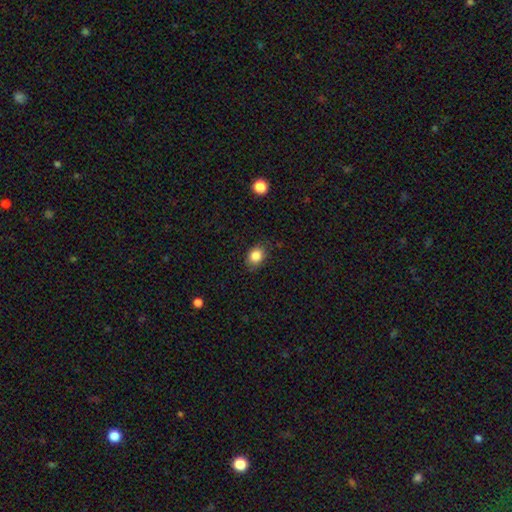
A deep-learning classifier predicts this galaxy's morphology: This appears to be a smooth galaxy with no disk features (85%) that is in between round and cigar-shaped (60%). Merging: none (80%).